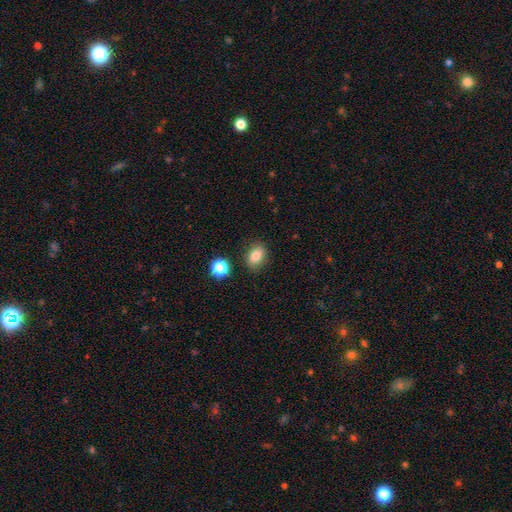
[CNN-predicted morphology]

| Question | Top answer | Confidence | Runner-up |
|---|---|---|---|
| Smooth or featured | smooth | 79% | star or artifact (11%) |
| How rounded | in between | 70% | round (28%) |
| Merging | none | 83% | minor disturbance (11%) |